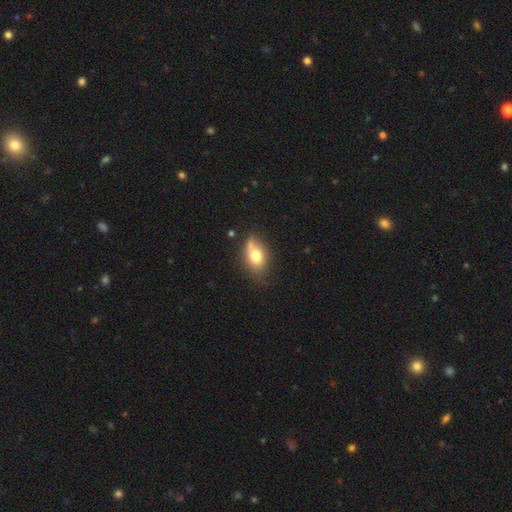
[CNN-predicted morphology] smooth_or_featured: smooth (p=0.72) [alt: featured or disk p=0.19]
how_rounded: in between (p=0.79) [alt: round p=0.18]
merging: none (p=0.51) [alt: minor disturbance p=0.29]